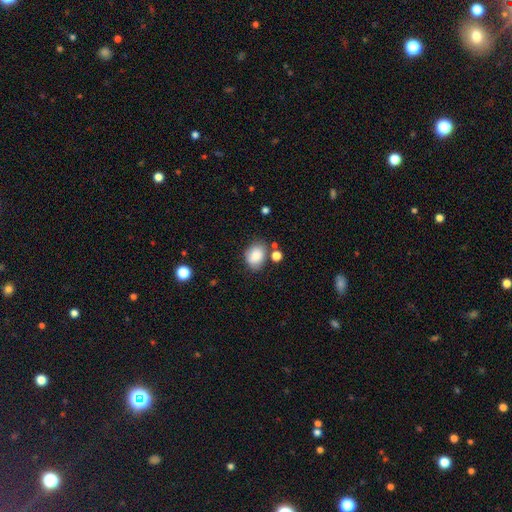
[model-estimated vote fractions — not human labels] Smooth or featured? smooth (84%)
How rounded? in between (62%)
Merging? none (68%)